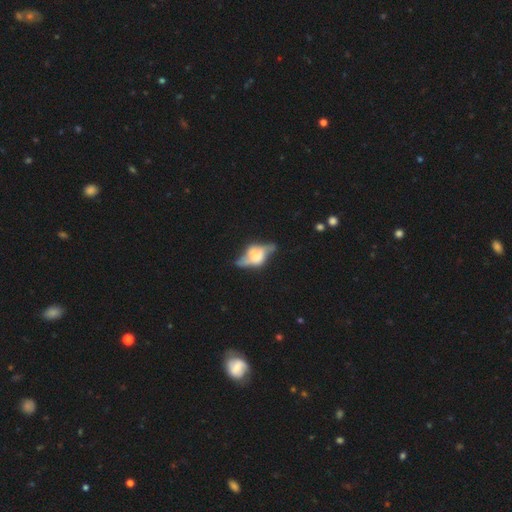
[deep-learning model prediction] The model was most divided on "edge-on disk": yes: 63%, no: 37%. More confident: smooth or featured — featured or disk (73%); merging — none (52%).